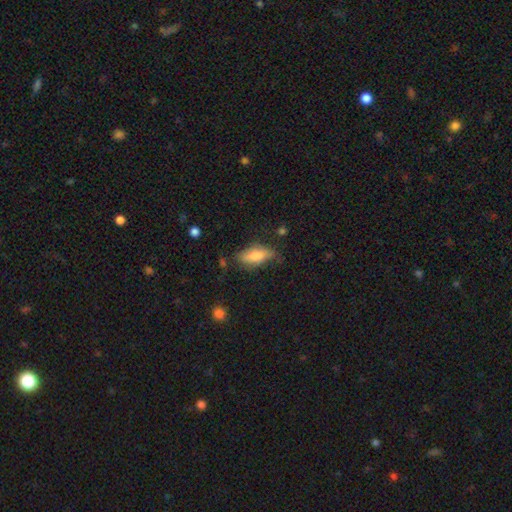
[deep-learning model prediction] A smooth galaxy with no disk features (72%) that is in between round and cigar-shaped (72%).

Vote fractions:
- Smooth or featured? smooth: 72% / featured or disk: 20% / star or artifact: 7%
- How rounded? in between: 72% / cigar-shaped: 25% / round: 3%
- Merging? none: 65% / minor disturbance: 26% / major disturbance: 7% / merger: 2%